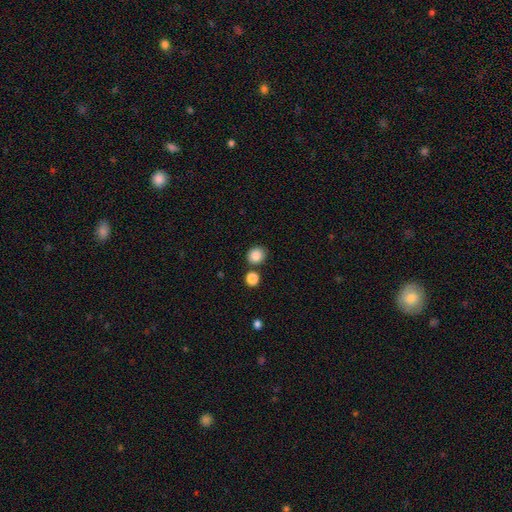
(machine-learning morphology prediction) This is clearly a smooth galaxy (85%). How rounded: likely round (72%). Merging: likely none (78%).